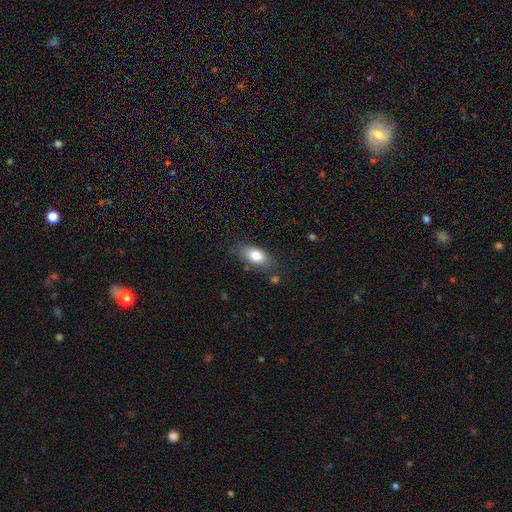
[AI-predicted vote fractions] A smooth galaxy with no disk features (80%) that is in between round and cigar-shaped (87%). Merging: none (73%).